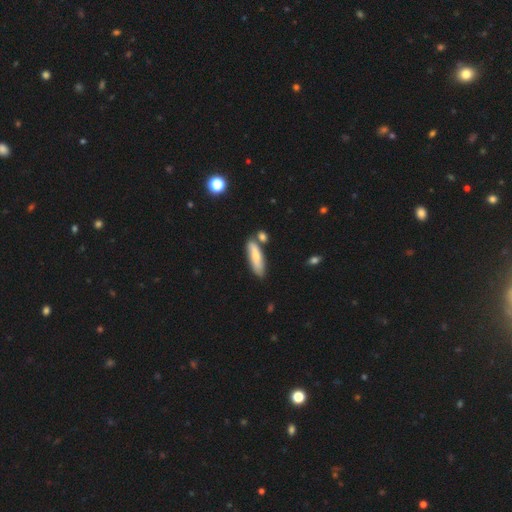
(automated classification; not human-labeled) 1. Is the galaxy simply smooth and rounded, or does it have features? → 66% smooth, 28% featured or disk, 6% star or artifact.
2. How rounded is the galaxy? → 59% cigar-shaped, 39% in between, 2% round.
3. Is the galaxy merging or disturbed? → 65% none, 16% merger, 15% minor disturbance, 4% major disturbance.